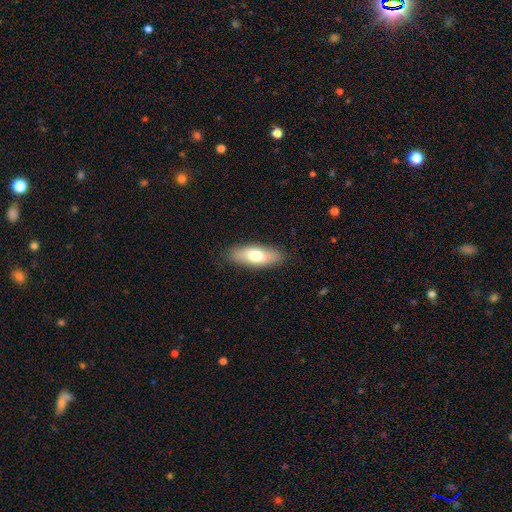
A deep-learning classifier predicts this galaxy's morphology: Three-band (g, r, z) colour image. It shows a smooth galaxy with no disk features (67%) that is in between round and cigar-shaped (71%). Merging: none (86%).